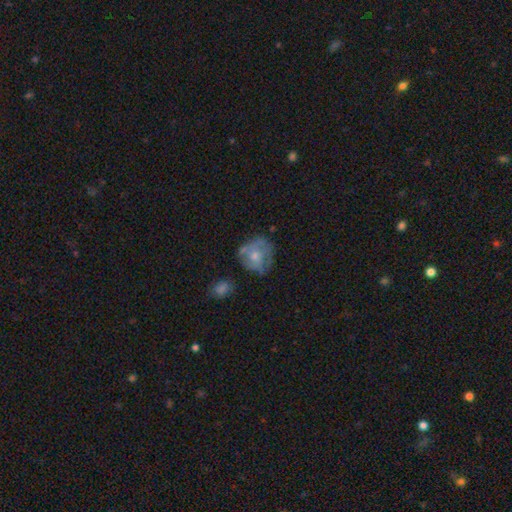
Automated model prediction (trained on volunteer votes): Morphology: type=featured or disk (47%); merging=none (53%).